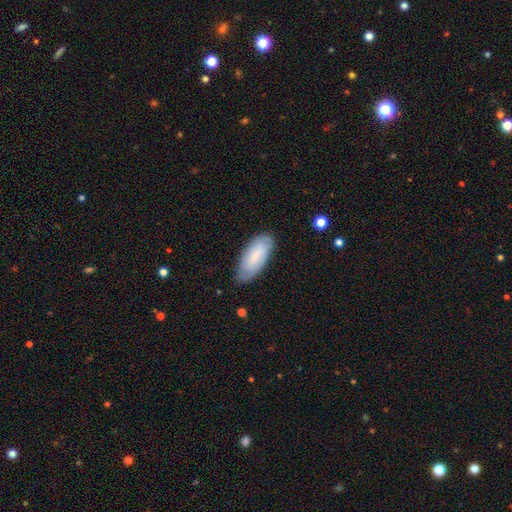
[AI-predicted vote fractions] Smooth or featured? smooth (64%)
How rounded? in between (85%)
Merging? none (77%)